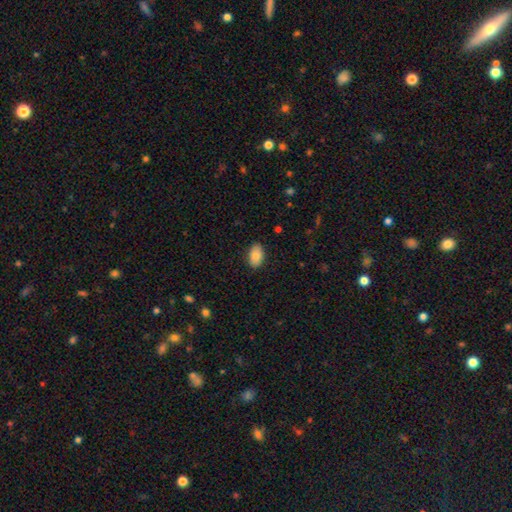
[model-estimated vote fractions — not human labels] Smooth or featured? Predicted: smooth (p=0.84). How rounded? Predicted: in between (p=0.92). Merging? Predicted: none (p=0.87).